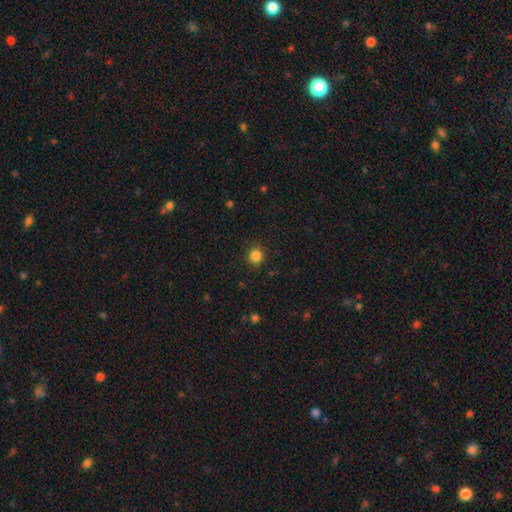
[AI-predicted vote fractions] Morphology: type=smooth (84%); roundness=round (89%); merging=none (89%).